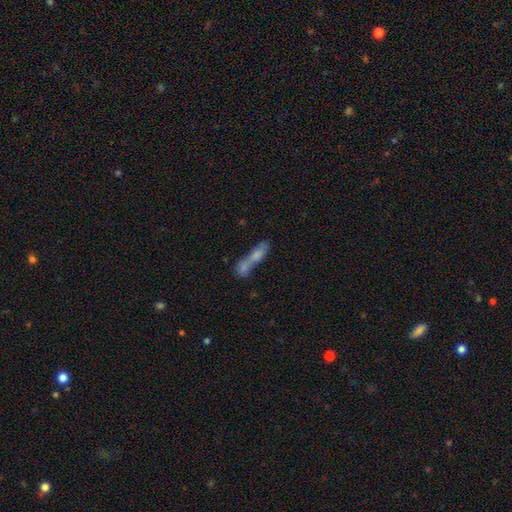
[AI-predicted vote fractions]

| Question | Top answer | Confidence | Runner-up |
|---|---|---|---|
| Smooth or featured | smooth | 61% | featured or disk (28%) |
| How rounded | cigar-shaped | 56% | in between (39%) |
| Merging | merger | 65% | none (19%) |